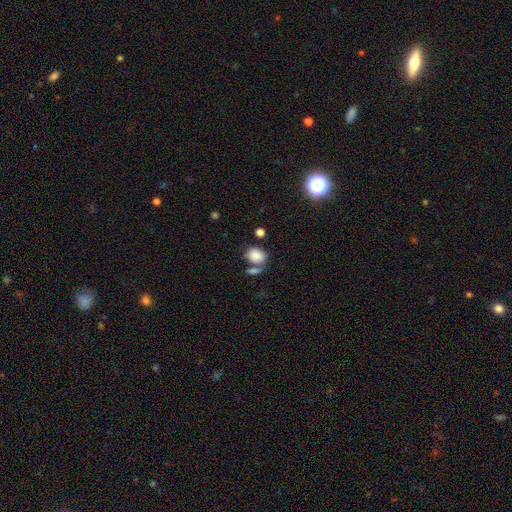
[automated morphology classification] Overall: smooth (84%). How rounded: in between (58%; round 40%). Merging: none (52%; merger 27%).